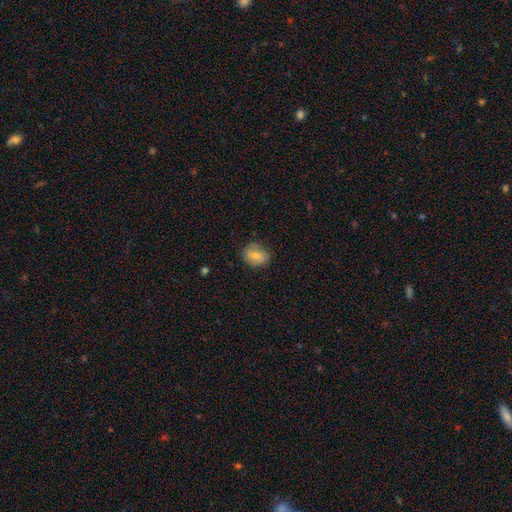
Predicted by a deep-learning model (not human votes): This is likely a smooth galaxy (70%). How rounded: possibly round (51%). Merging: likely none (78%).